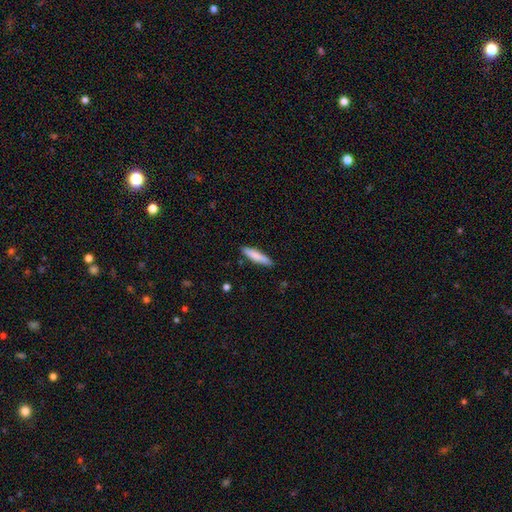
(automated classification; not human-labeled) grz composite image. It shows a smooth galaxy with no disk features (81%) that is cigar-shaped (82%). Merging: none (85%).